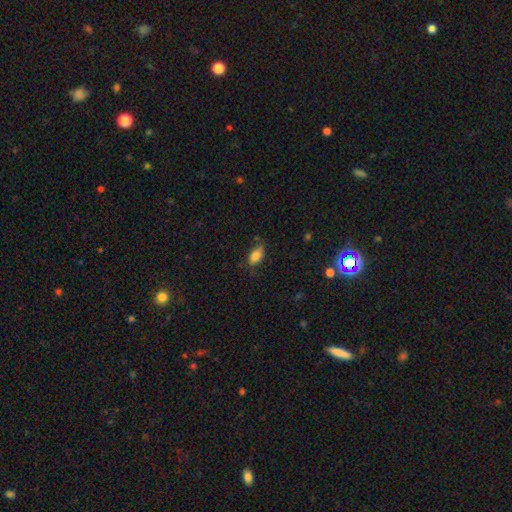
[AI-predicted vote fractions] Morphology: type=smooth (82%); roundness=in between (92%); merging=none (67%).